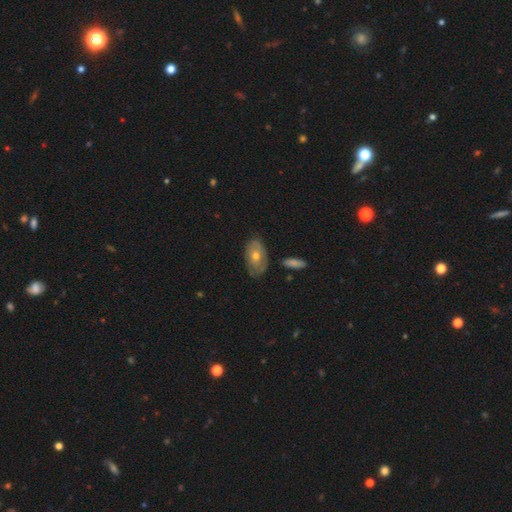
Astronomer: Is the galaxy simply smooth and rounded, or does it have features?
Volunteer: featured or disk — 47% (runner-up: smooth, 45%).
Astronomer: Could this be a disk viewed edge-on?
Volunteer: no — 94%.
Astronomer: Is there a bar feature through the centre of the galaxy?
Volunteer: no — 76%.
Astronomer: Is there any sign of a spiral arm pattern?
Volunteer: yes — 71%.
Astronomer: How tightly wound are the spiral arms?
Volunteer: medium — 58%.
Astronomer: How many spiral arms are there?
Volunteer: can't tell — 50%.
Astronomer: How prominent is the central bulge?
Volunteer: moderate — 88%.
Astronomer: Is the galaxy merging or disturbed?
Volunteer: none — 66%.